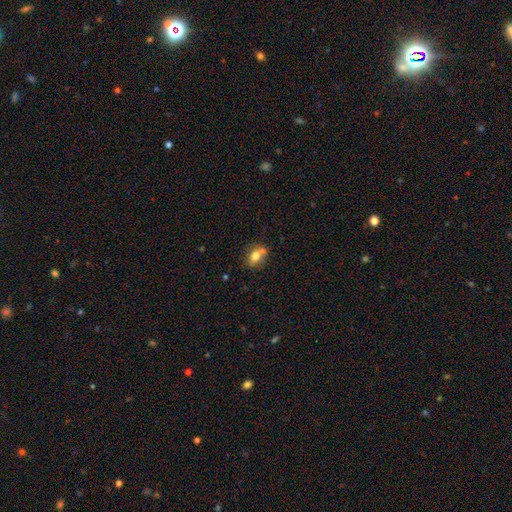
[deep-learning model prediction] Morphology: type=smooth (71%); roundness=in between (71%); merging=none (54%).